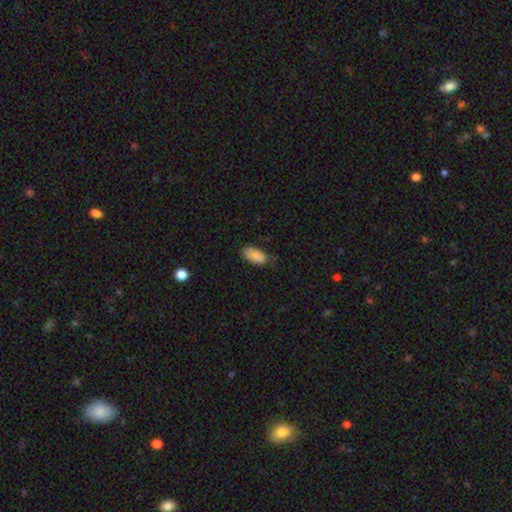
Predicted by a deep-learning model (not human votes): This is clearly a smooth galaxy (86%). How rounded: clearly in between (91%). Merging: likely none (60%).